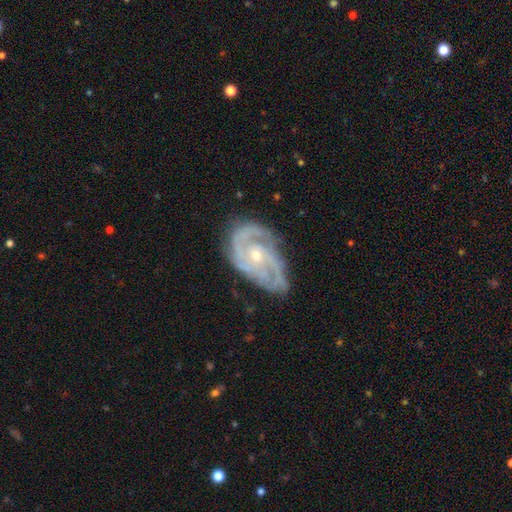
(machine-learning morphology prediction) Smooth or featured: featured or disk — 89% (smooth — 6%)
Edge-on disk: no — 97% (yes — 3%)
Bar: no — 70% (weak — 24%)
Spiral arms: yes — 97% (no — 3%)
Spiral winding: tight — 51% (medium — 41%)
Spiral arm count: 3 — 40% (2 — 30%)
Bulge size: small — 59% (moderate — 39%)
Merging: none — 64% (minor disturbance — 25%)